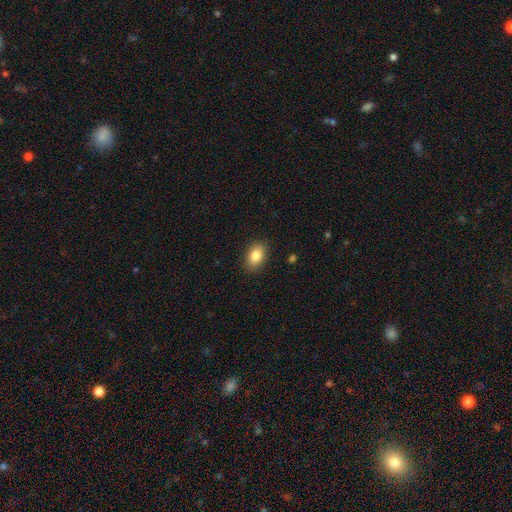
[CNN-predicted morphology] Overall: smooth (84%). How rounded: in between (84%). Merging: none (88%).